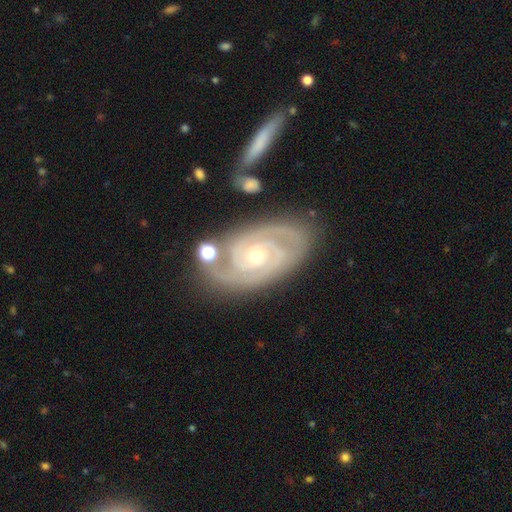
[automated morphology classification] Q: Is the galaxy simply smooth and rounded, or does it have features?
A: featured or disk — 91%.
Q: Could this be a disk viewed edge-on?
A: no — 97%.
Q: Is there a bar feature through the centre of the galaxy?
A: no — 71%.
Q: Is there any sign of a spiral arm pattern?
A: yes — 98%.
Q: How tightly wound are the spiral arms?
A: tight — 75%.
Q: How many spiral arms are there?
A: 2 — 72%.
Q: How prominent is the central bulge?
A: small — 64%.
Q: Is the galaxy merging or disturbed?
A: none — 76%.